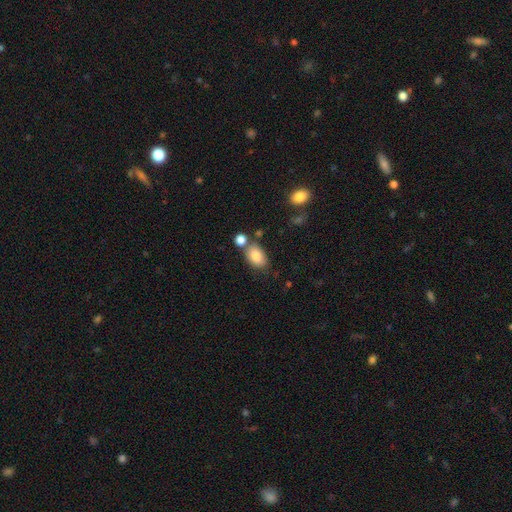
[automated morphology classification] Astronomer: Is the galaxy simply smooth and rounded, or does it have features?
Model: smooth — 83%.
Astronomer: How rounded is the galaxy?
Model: in between — 90%.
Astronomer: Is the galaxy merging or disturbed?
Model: none — 63%.